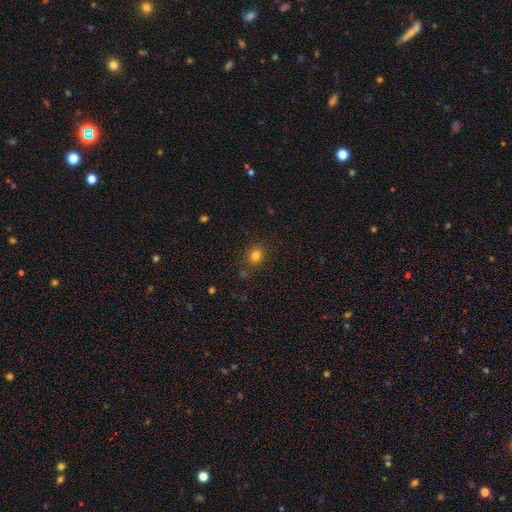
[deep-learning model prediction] Q: Smooth or featured?
A: smooth (79%); runner-up: star or artifact (15%)
Q: How rounded?
A: round (75%); runner-up: in between (24%)
Q: Merging?
A: none (82%); runner-up: minor disturbance (11%)